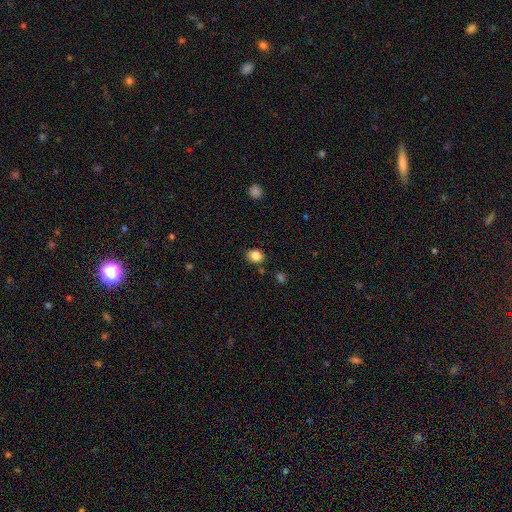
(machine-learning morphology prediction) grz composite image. It shows a smooth galaxy with no disk features (85%) that is round (50%). Merging: none (84%).